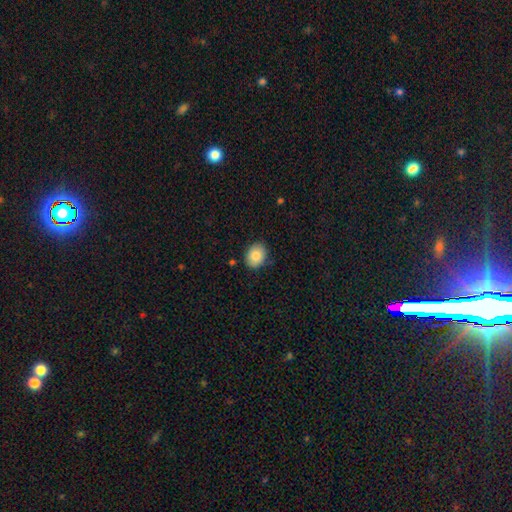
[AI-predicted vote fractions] Smooth or featured? Predicted: smooth (p=0.85). How rounded? Predicted: in between (p=0.59). Merging? Predicted: none (p=0.83).